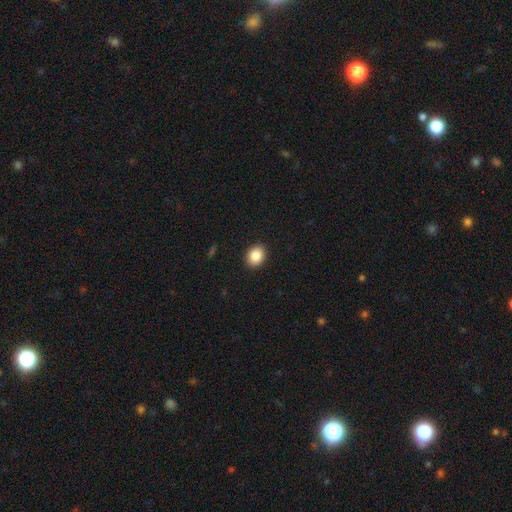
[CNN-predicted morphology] smooth 87%, star or artifact 9%, featured or disk 5%. Down the decision tree: how rounded — in between (52%); merging — none (91%).